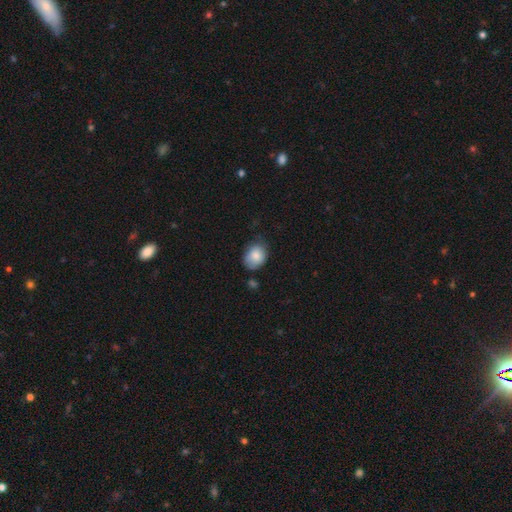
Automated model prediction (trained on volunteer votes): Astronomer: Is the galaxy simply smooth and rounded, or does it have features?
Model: smooth — 83%.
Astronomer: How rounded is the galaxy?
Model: in between — 66%.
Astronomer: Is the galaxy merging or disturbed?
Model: none — 57%.